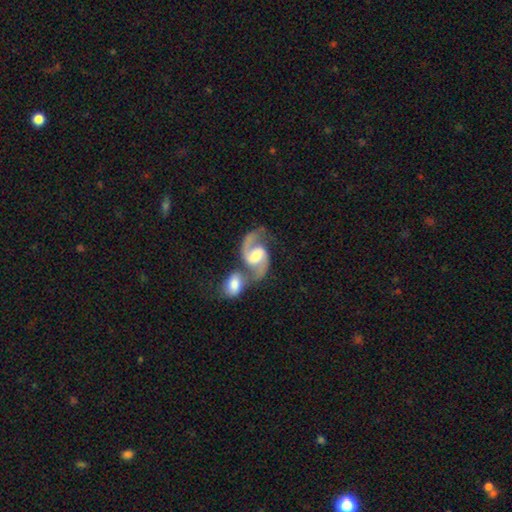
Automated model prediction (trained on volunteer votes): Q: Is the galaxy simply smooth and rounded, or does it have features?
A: featured or disk — 88%.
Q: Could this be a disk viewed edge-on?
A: no — 98%.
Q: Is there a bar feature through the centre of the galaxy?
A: weak — 47%.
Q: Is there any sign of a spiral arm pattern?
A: yes — 97%.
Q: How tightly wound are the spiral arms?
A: medium — 56%.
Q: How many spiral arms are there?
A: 2 — 92%.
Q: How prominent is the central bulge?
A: moderate — 53%.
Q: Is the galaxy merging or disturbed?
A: merger — 55%.